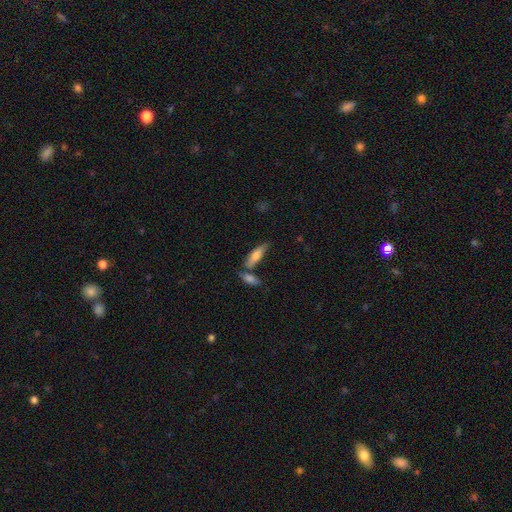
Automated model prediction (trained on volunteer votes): Smooth or featured? smooth (69%)
How rounded? cigar-shaped (53%)
Merging? none (59%)